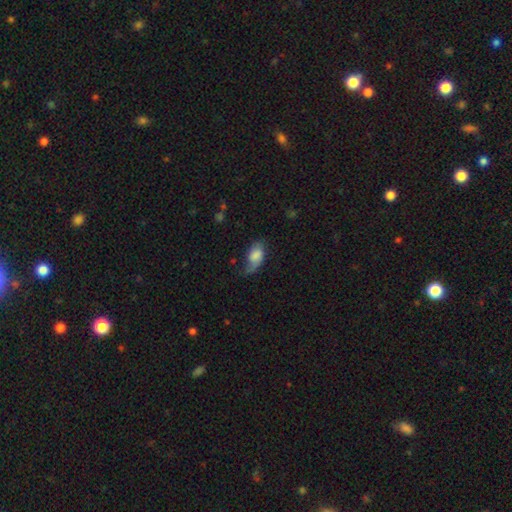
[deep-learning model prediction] smooth-or-featured: smooth: 65% | featured or disk: 28% | star or artifact: 7%
  how-rounded: in between: 91% | round: 5% | cigar-shaped: 4%
  merging: none: 41% | minor disturbance: 36% | major disturbance: 21% | merger: 2%